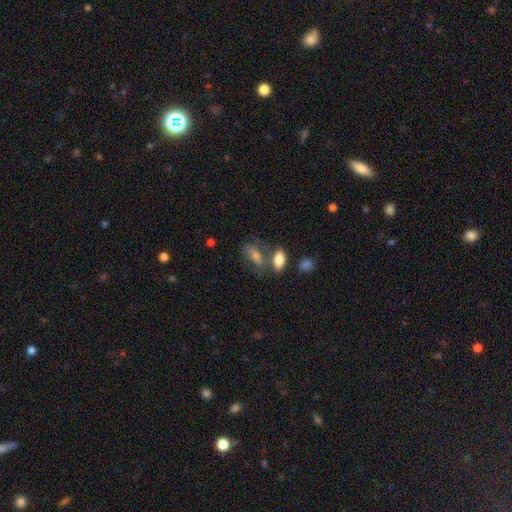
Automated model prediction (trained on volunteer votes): Smooth or featured? Predicted: smooth (p=0.63). How rounded? Predicted: in between (p=0.80). Merging? Predicted: none (p=0.44).